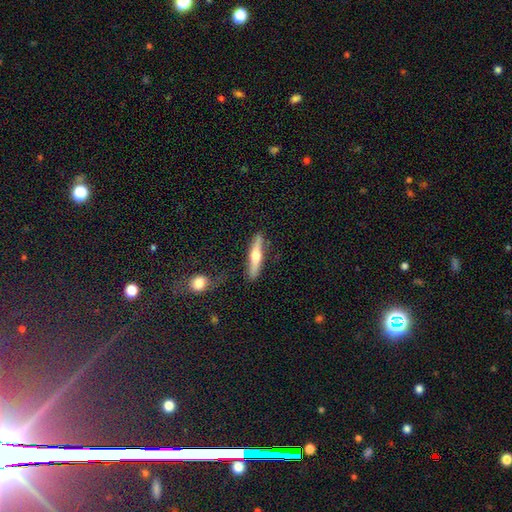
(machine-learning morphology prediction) This is possibly a featured or disk galaxy (57%). It is clearly viewed edge-on (95%). Edge-on bulge: clearly rounded (93%). Merging: clearly none (80%).